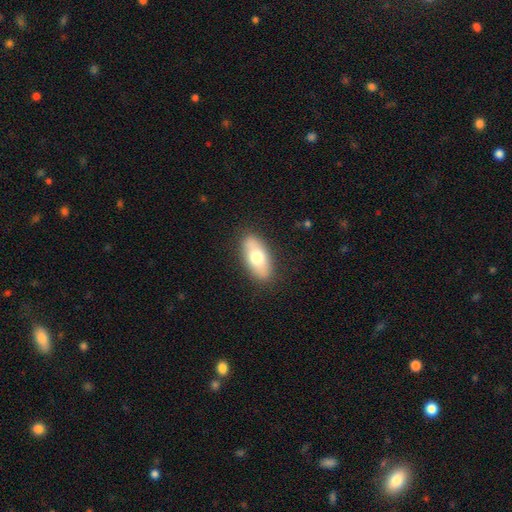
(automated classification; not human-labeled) The model was most divided on "smooth or featured": smooth: 69%, featured or disk: 25%, star or artifact: 6%. More confident: how rounded — in between (87%); merging — none (86%).